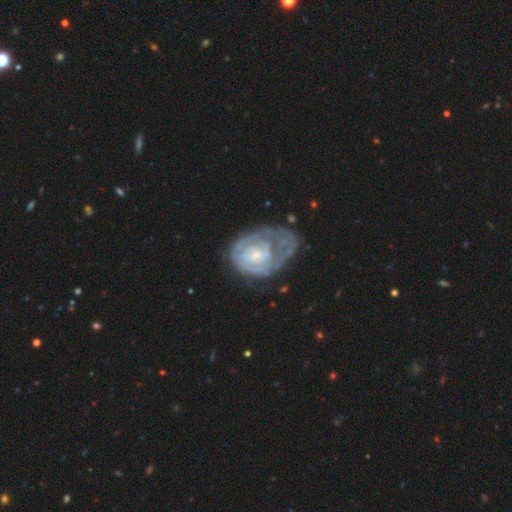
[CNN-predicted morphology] This is likely a featured or disk galaxy (74%). It is clearly not viewed edge-on (97%). Bar: possibly no (59%). Spiral arm pattern: likely yes (71%). Spiral arm count: possibly can't tell (52%). Spiral winding: likely tight (61%). Central bulge: possibly small (53%). Merging: marginally none (35%).